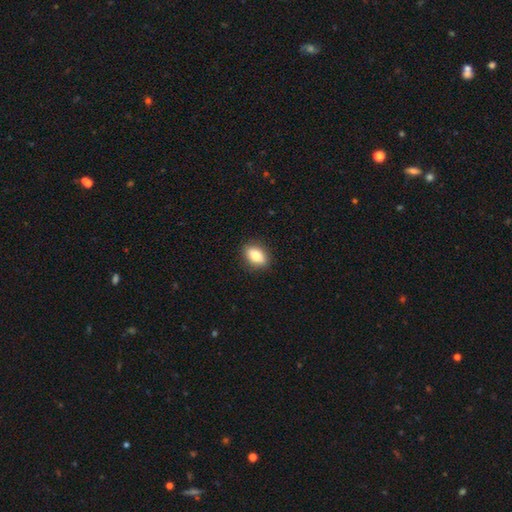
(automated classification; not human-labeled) This is likely a smooth galaxy (79%). How rounded: clearly in between (81%). Merging: clearly none (88%).